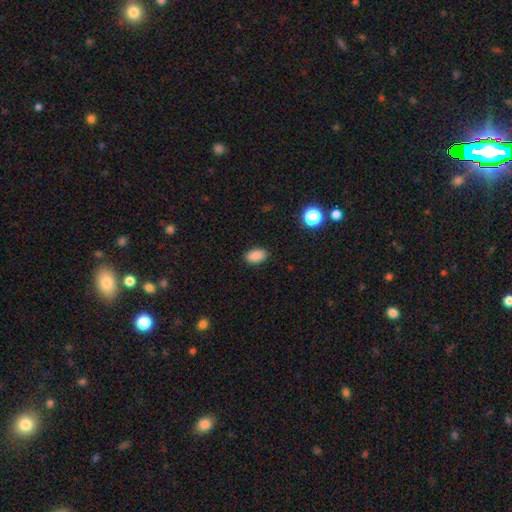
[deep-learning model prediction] Smooth or featured?
  - smooth: 87% *
  - star or artifact: 9%
  - featured or disk: 4%
How rounded?
  - in between: 89% *
  - round: 9%
  - cigar-shaped: 1%
Merging?
  - none: 89% *
  - minor disturbance: 8%
  - major disturbance: 2%
  - merger: 1%